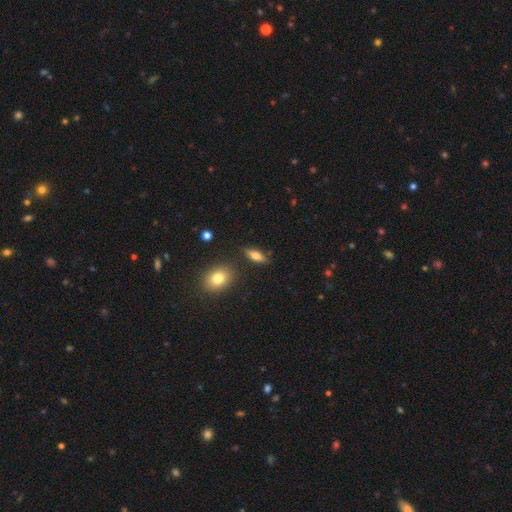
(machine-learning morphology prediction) Overall: smooth (68%). How rounded: in between (69%). Merging: none (82%).